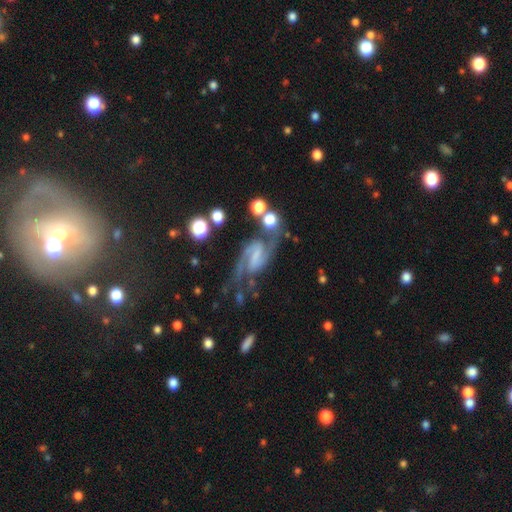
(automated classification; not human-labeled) A featured or disk galaxy (87%) with a weak bar (44%), 2 (92%) medium (55%) spiral arms (97%) and no central bulge (50%).

Vote fractions:
- Smooth or featured? featured or disk: 87% / star or artifact: 7% / smooth: 6%
- Edge-on disk? no: 97% / yes: 3%
- Bar? weak: 44% / strong: 38% / no: 18%
- Spiral arms? yes: 97% / no: 3%
- Spiral winding? medium: 55% / loose: 30% / tight: 15%
- Spiral arm count? 2: 92% / can't tell: 2% / 3: 2% / 1: 1% / 4: 1% / more than 4: 1%
- Bulge size? none: 50% / small: 28% / moderate: 14% / large: 6% / dominant: 2%
- Merging? none: 63% / minor disturbance: 18% / major disturbance: 13% / merger: 7%